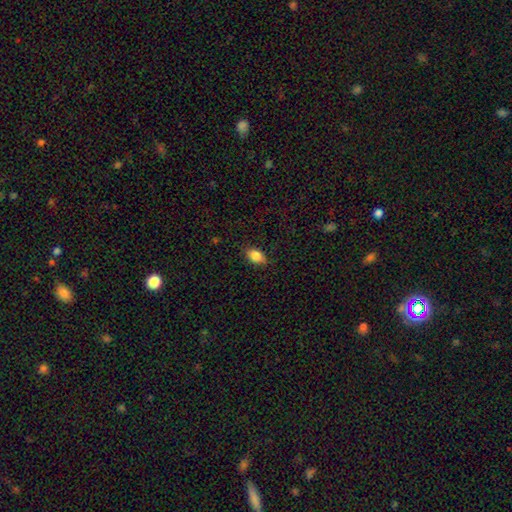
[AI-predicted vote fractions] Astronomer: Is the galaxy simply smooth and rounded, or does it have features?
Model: smooth — 85%.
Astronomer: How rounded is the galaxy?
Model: in between — 82%.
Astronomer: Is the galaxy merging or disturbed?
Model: none — 81%.